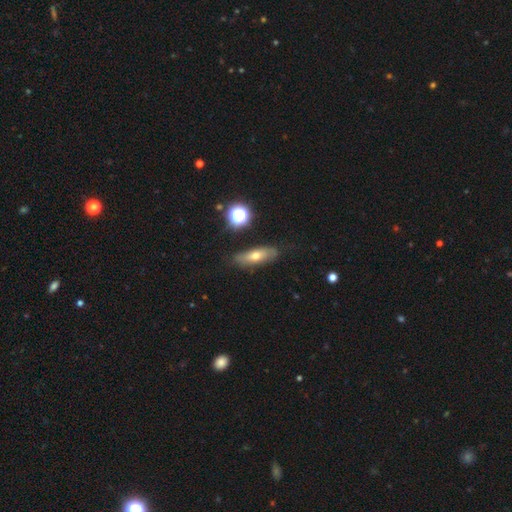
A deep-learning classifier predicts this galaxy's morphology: Smooth or featured? smooth (55%)
How rounded? cigar-shaped (49%)
Merging? none (79%)